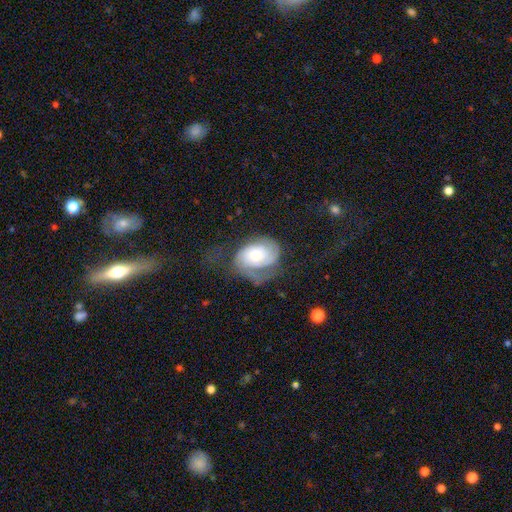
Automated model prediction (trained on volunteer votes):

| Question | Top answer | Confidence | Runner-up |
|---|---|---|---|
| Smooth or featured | featured or disk | 72% | smooth (22%) |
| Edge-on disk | no | 97% | yes (3%) |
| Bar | no | 73% | weak (22%) |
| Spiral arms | yes | 90% | no (10%) |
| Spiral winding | tight | 52% | medium (33%) |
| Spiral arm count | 2 | 42% | can't tell (26%) |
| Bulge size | moderate | 55% | small (29%) |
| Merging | none | 42% | major disturbance (30%) |